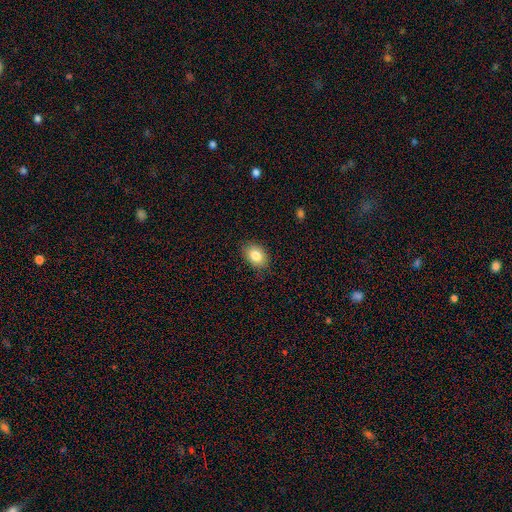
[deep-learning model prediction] Smooth or featured: smooth — 83% (star or artifact — 9%)
How rounded: in between — 77% (round — 22%)
Merging: none — 86% (minor disturbance — 11%)